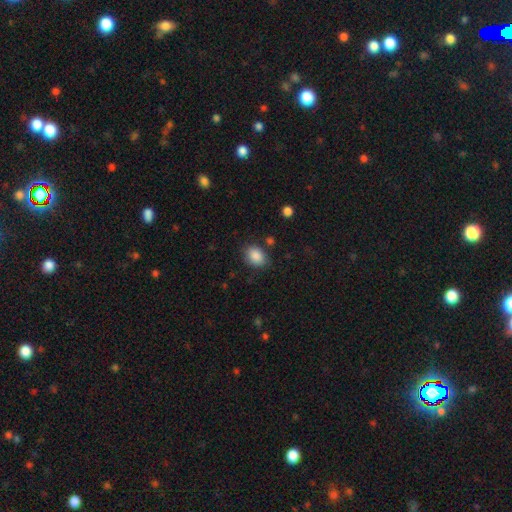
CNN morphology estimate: Overall: smooth (87%). How rounded: in between (66%; round 33%). Merging: none (79%).